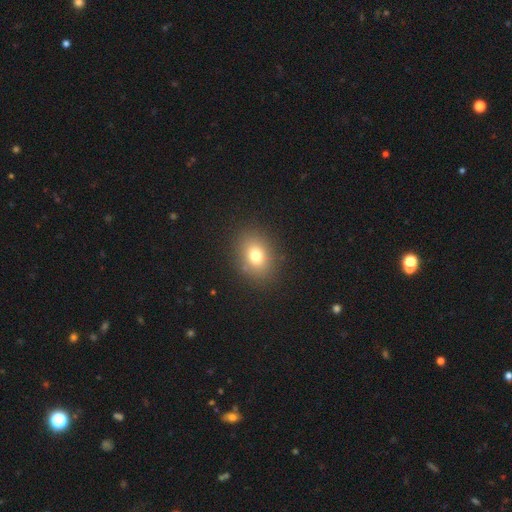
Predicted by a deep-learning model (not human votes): Smooth or featured? Predicted: smooth (p=0.76). How rounded? Predicted: in between (p=0.61). Merging? Predicted: none (p=0.87).